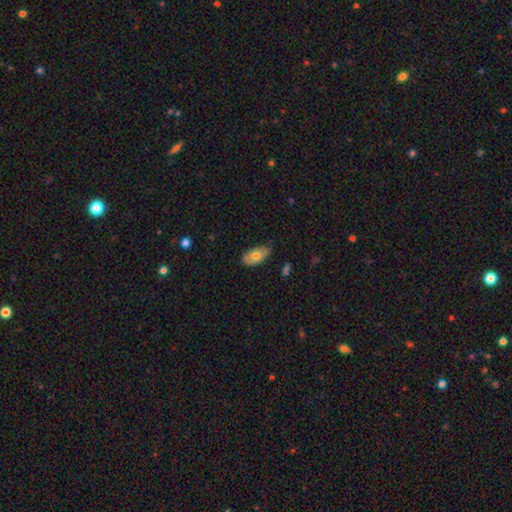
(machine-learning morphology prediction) type=smooth (68%); roundness=in between (92%); merging=none (63%).